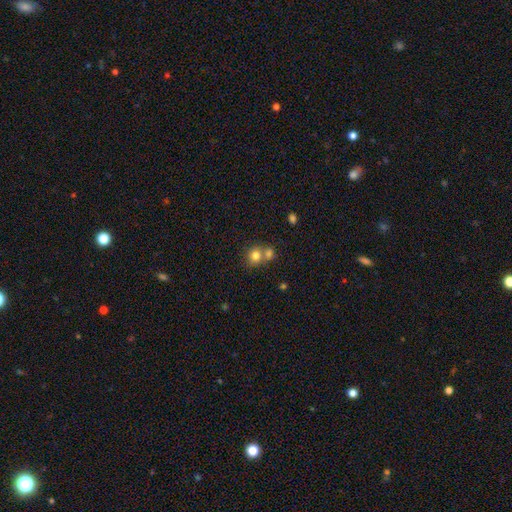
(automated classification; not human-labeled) smooth 79%, star or artifact 11%, featured or disk 10%. Down the decision tree: how rounded — round (80%); merging — merger (46%).